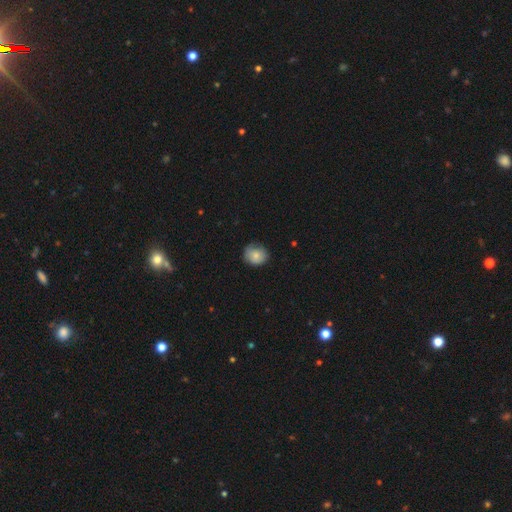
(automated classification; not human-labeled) smooth 80%, featured or disk 12%, star or artifact 8%. Down the decision tree: how rounded — round (75%); merging — none (73%).